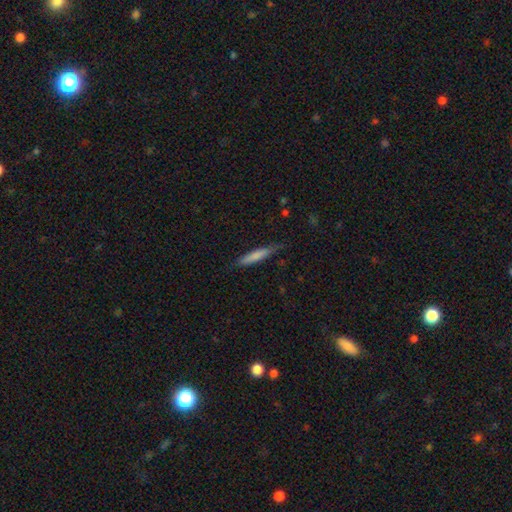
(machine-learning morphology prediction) smooth-or-featured: smooth: 73% | featured or disk: 21% | star or artifact: 6%
  how-rounded: cigar-shaped: 89% | in between: 9% | round: 1%
  merging: none: 75% | minor disturbance: 20% | major disturbance: 3% | merger: 1%